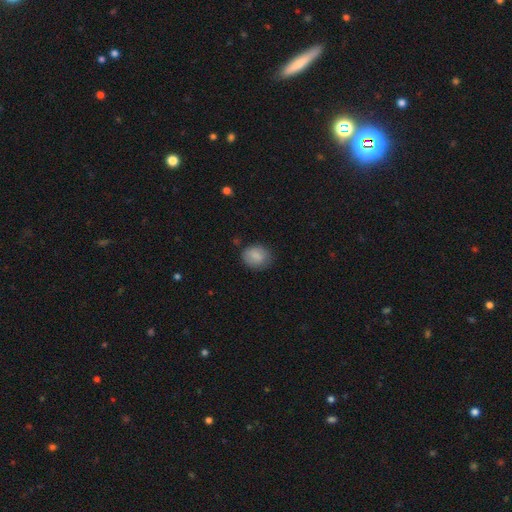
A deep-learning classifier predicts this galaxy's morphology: A smooth galaxy with no disk features (83%) that is round (51%).

Vote fractions:
- Smooth or featured? smooth: 83% / featured or disk: 9% / star or artifact: 8%
- How rounded? round: 51% / in between: 48% / cigar-shaped: 1%
- Merging? none: 77% / minor disturbance: 17% / major disturbance: 4% / merger: 2%